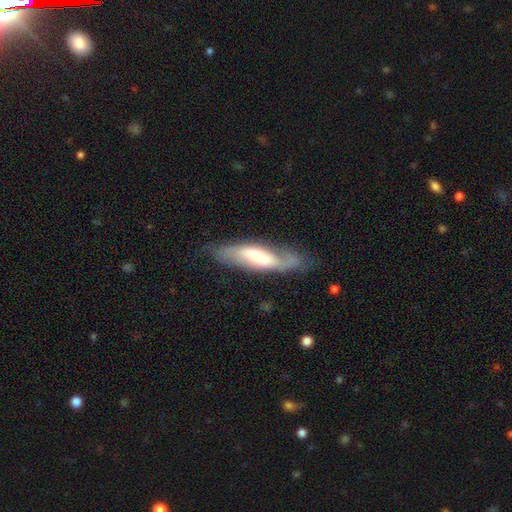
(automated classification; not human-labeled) A featured or disk galaxy (53%). Merging: none (59%).